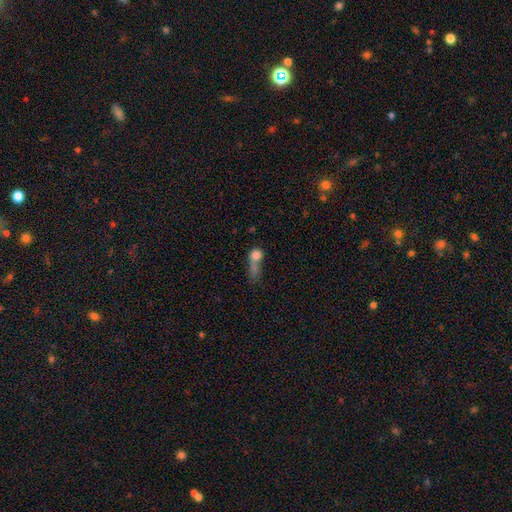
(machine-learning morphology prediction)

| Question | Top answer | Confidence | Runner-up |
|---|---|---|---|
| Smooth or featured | smooth | 71% | featured or disk (16%) |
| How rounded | round | 63% | in between (31%) |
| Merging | merger | 46% | major disturbance (22%) |